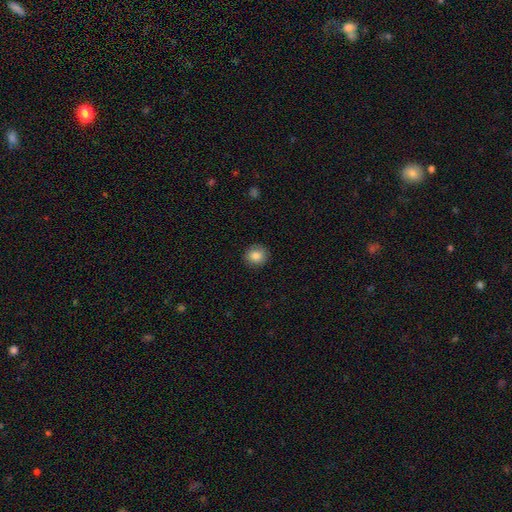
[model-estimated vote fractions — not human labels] The model was most divided on "how rounded": round: 85%, in between: 14%, cigar-shaped: 1%. More confident: merging — none (89%); smooth or featured — smooth (85%).